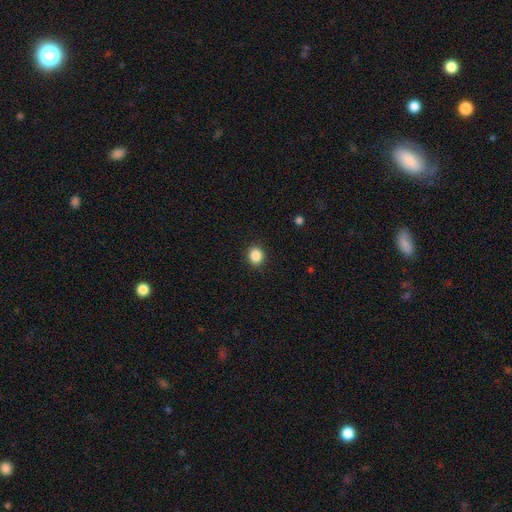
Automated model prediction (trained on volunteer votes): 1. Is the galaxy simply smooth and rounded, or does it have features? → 87% smooth, 10% star or artifact, 3% featured or disk.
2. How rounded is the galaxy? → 79% round, 20% in between, 1% cigar-shaped.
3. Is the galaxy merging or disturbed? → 90% none, 7% minor disturbance, 2% major disturbance, 1% merger.